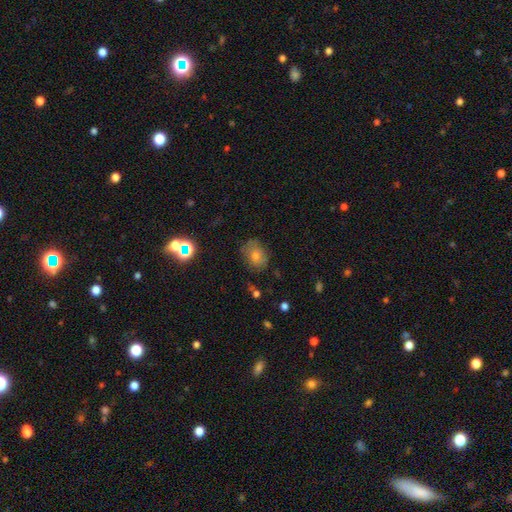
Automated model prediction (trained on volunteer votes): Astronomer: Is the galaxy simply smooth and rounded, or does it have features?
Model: smooth — 58%.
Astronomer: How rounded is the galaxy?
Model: round — 53% (runner-up: in between, 46%).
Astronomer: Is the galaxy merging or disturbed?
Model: none — 70%.